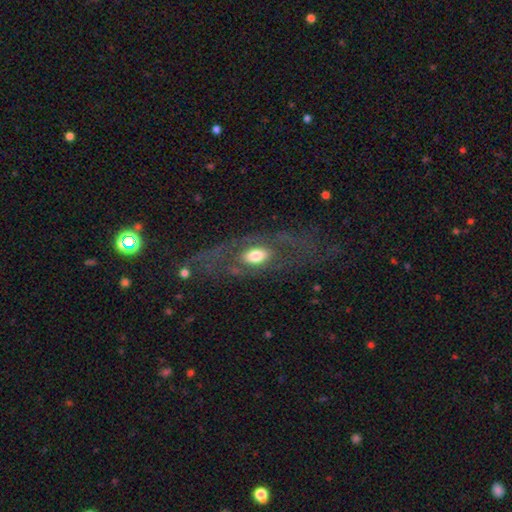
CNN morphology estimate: Q: Smooth or featured?
A: featured or disk (55%); runner-up: smooth (37%)
Q: Edge-on disk?
A: no (83%); runner-up: yes (17%)
Q: Merging?
A: none (64%); runner-up: major disturbance (18%)